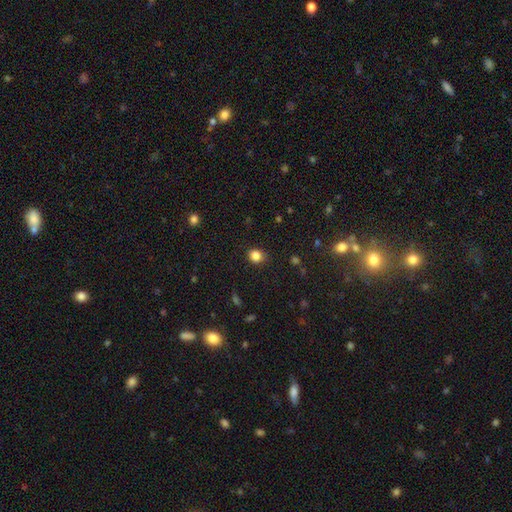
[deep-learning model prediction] This appears to be a smooth galaxy with no disk features (84%) that is round (70%). Merging: none (83%).